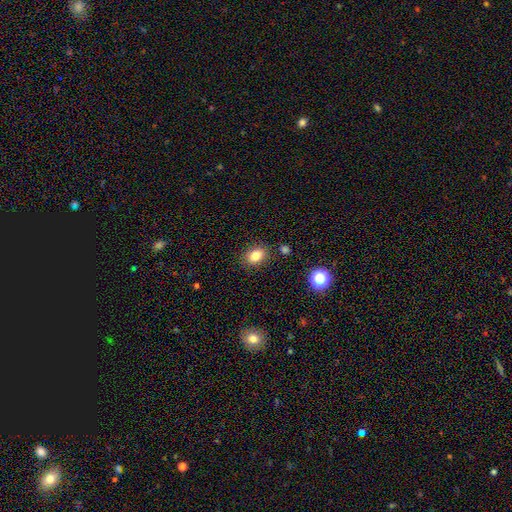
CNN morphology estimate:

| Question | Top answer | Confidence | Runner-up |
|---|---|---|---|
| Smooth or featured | smooth | 82% | star or artifact (11%) |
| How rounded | in between | 65% | round (33%) |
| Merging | none | 85% | minor disturbance (10%) |